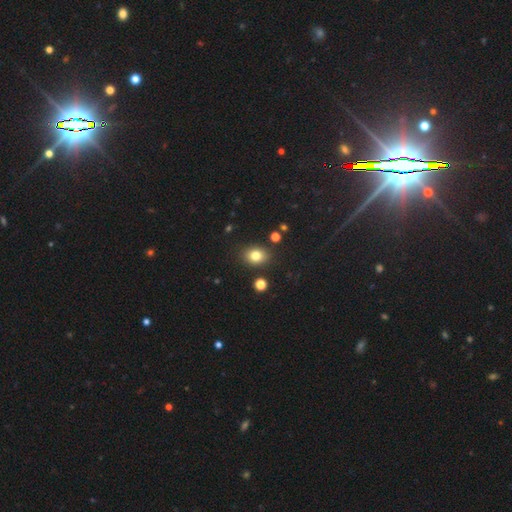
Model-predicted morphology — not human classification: Smooth or featured?
  - smooth: 80% *
  - star or artifact: 12%
  - featured or disk: 8%
How rounded?
  - in between: 55% *
  - round: 44%
  - cigar-shaped: 1%
Merging?
  - none: 85% *
  - minor disturbance: 9%
  - merger: 3%
  - major disturbance: 3%